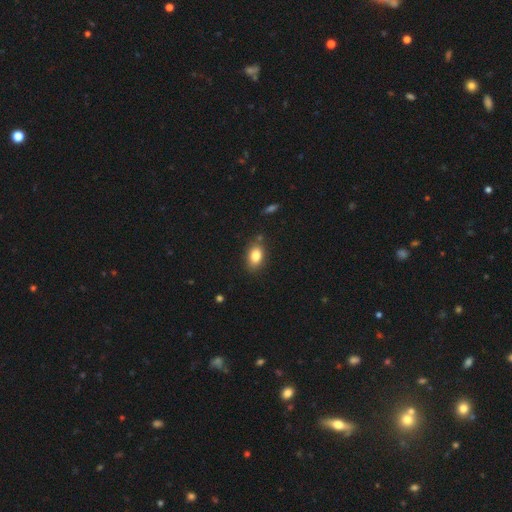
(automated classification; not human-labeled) A smooth galaxy with no disk features (83%) that is in between round and cigar-shaped (83%). Merging: none (81%).